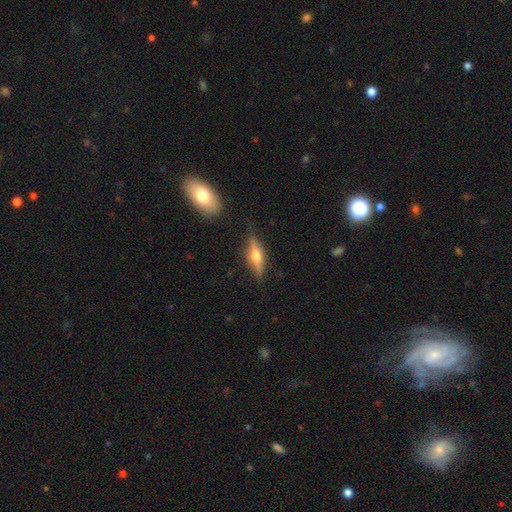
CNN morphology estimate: Smooth or featured? featured or disk (67%)
Edge-on disk? yes (95%)
Edge-on bulge? rounded (93%)
Merging? none (83%)